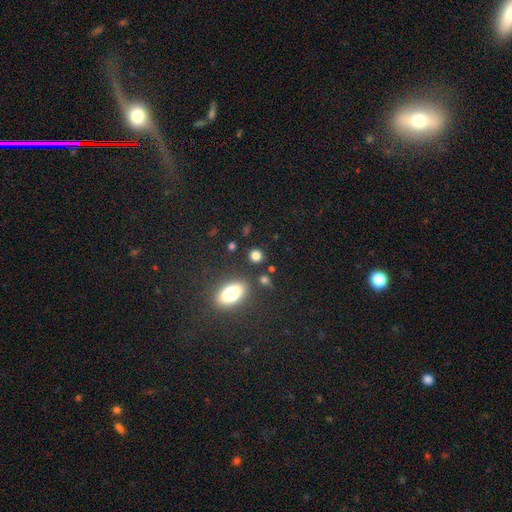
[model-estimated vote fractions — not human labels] Smooth or featured?
  - smooth: 79% *
  - star or artifact: 16%
  - featured or disk: 6%
How rounded?
  - round: 74% *
  - in between: 23%
  - cigar-shaped: 2%
Merging?
  - none: 81% *
  - minor disturbance: 10%
  - merger: 6%
  - major disturbance: 4%